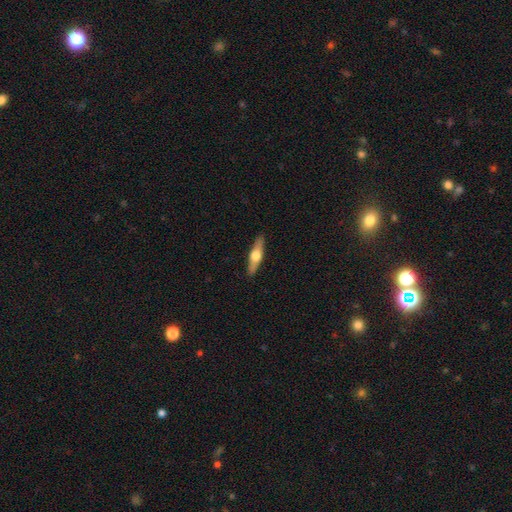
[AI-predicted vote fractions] This is possibly a featured or disk galaxy (56%). It is clearly viewed edge-on (94%). Edge-on bulge: clearly rounded (95%). Merging: clearly none (90%).